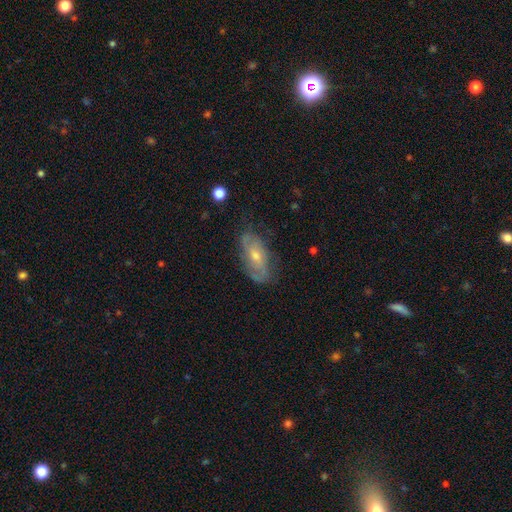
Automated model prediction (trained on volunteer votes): Smooth or featured?
  - featured or disk: 64% *
  - smooth: 28%
  - star or artifact: 8%
Edge-on disk?
  - no: 89% *
  - yes: 11%
Bar?
  - no: 69% *
  - weak: 25%
  - strong: 5%
Spiral arms?
  - yes: 75% *
  - no: 25%
Bulge size?
  - small: 48% *
  - moderate: 47%
  - large: 2%
  - none: 2%
  - dominant: 1%
Merging?
  - none: 67% *
  - minor disturbance: 23%
  - major disturbance: 8%
  - merger: 2%